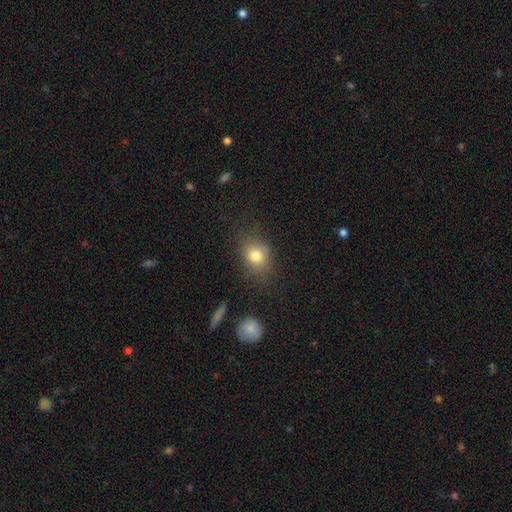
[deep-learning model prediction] smooth-or-featured: smooth: 78% | star or artifact: 12% | featured or disk: 10%
  how-rounded: in between: 50% | round: 48% | cigar-shaped: 1%
  merging: none: 73% | minor disturbance: 18% | major disturbance: 7% | merger: 2%